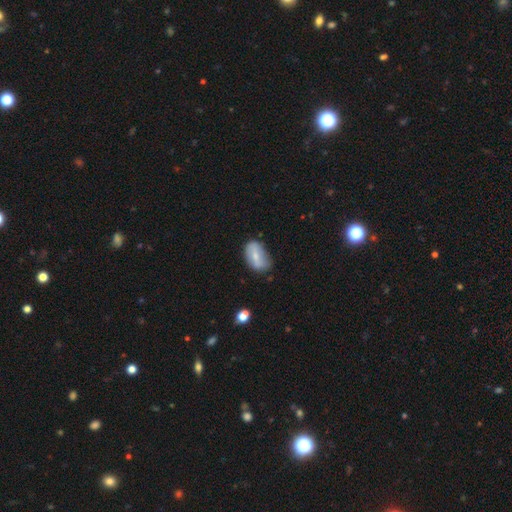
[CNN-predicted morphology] This appears to be a smooth galaxy with no disk features (59%) that is in between round and cigar-shaped (89%). Merging: none (56%).